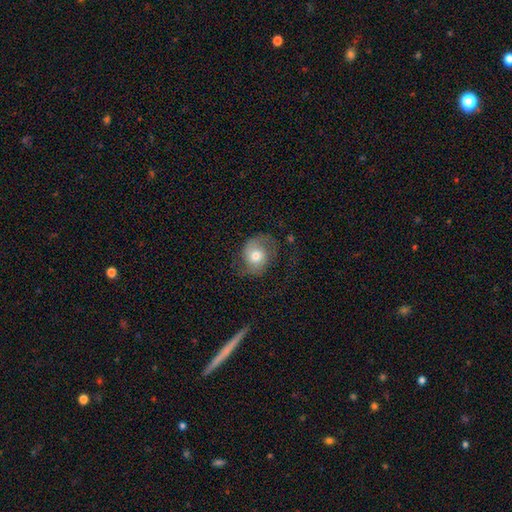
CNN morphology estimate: This appears to be a smooth galaxy with no disk features (49%). Merging: none (54%).